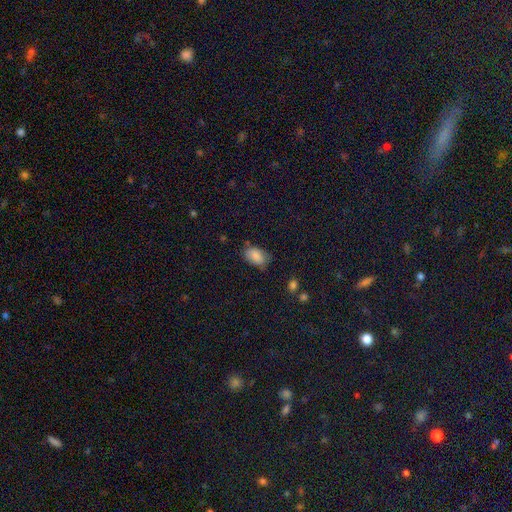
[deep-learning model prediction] A smooth galaxy with no disk features (86%) that is in between round and cigar-shaped (90%).

Vote fractions:
- Smooth or featured? smooth: 86% / star or artifact: 8% / featured or disk: 7%
- How rounded? in between: 90% / round: 8% / cigar-shaped: 2%
- Merging? none: 66% / minor disturbance: 25% / major disturbance: 6% / merger: 3%